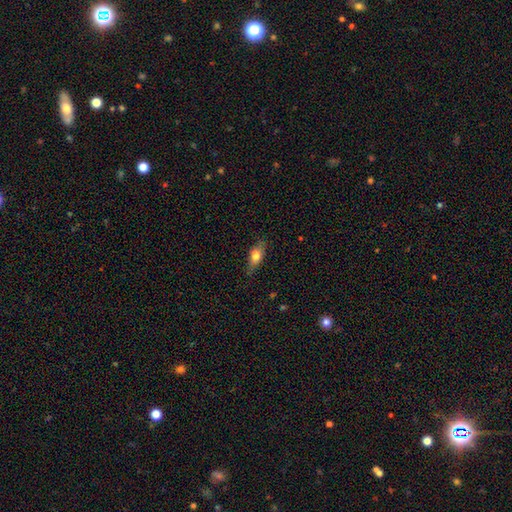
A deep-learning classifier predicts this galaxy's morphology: smooth 72%, featured or disk 20%, star or artifact 8%. Down the decision tree: how rounded — in between (73%); merging — none (71%).